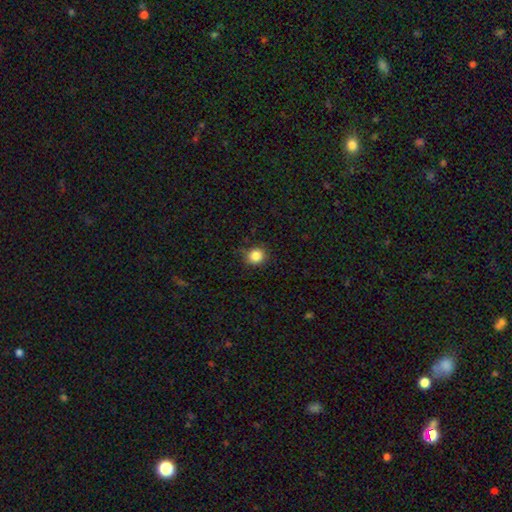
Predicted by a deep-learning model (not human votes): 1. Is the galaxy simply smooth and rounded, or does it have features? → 84% smooth, 11% star or artifact, 4% featured or disk.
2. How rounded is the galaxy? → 87% round, 12% in between, 1% cigar-shaped.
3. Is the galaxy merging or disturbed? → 84% none, 12% minor disturbance, 3% major disturbance, 1% merger.